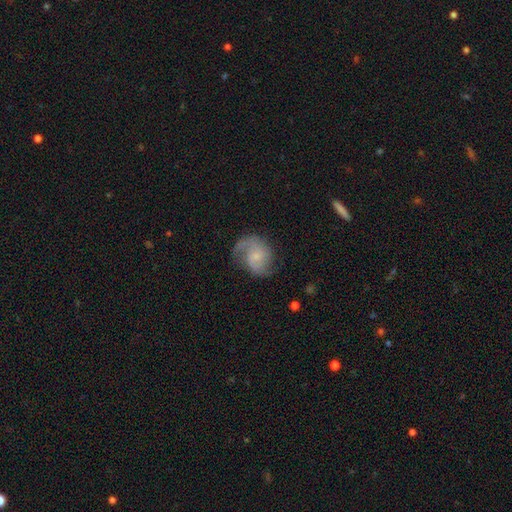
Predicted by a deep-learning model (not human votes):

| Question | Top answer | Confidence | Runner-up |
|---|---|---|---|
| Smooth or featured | featured or disk | 77% | smooth (16%) |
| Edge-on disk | no | 98% | yes (2%) |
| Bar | no | 63% | weak (32%) |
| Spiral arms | yes | 94% | no (6%) |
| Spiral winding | medium | 47% | loose (32%) |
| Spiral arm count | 2 | 72% | 1 (16%) |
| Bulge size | small | 65% | moderate (21%) |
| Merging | none | 62% | minor disturbance (21%) |